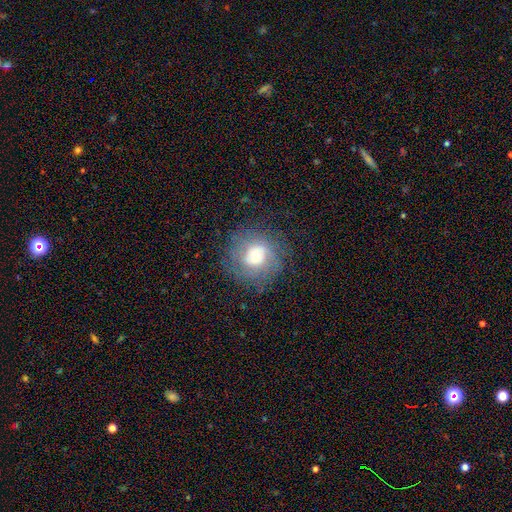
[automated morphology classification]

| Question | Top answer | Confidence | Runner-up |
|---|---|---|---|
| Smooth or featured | featured or disk | 51% | smooth (38%) |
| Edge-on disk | no | 96% | yes (4%) |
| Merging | none | 75% | minor disturbance (14%) |